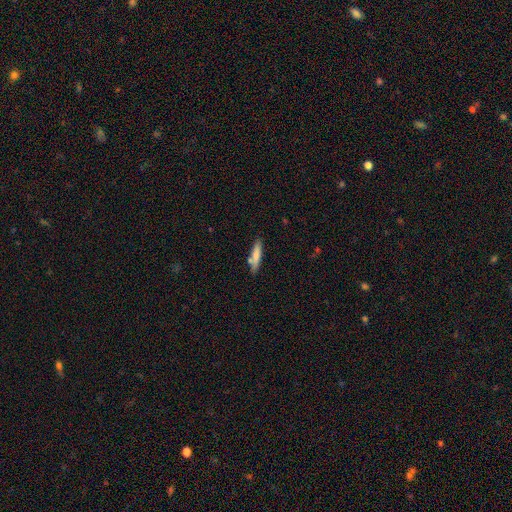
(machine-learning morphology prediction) smooth-or-featured: smooth: 75% | featured or disk: 19% | star or artifact: 6%
  how-rounded: cigar-shaped: 81% | in between: 17% | round: 2%
  merging: none: 78% | minor disturbance: 13% | merger: 7% | major disturbance: 3%